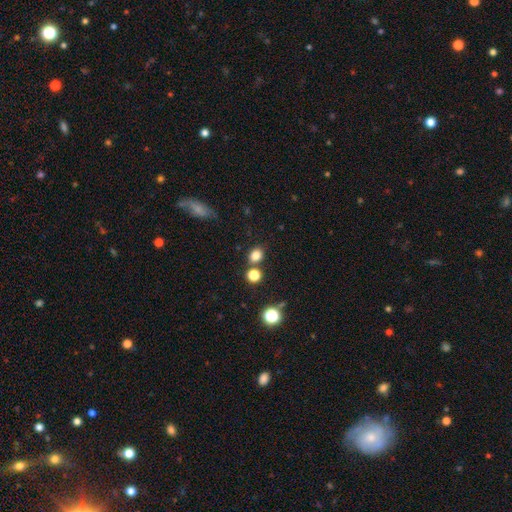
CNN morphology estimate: Smooth or featured?
  - smooth: 80% *
  - star or artifact: 14%
  - featured or disk: 5%
How rounded?
  - round: 59% *
  - in between: 40%
  - cigar-shaped: 1%
Merging?
  - none: 73% *
  - merger: 14%
  - minor disturbance: 10%
  - major disturbance: 3%